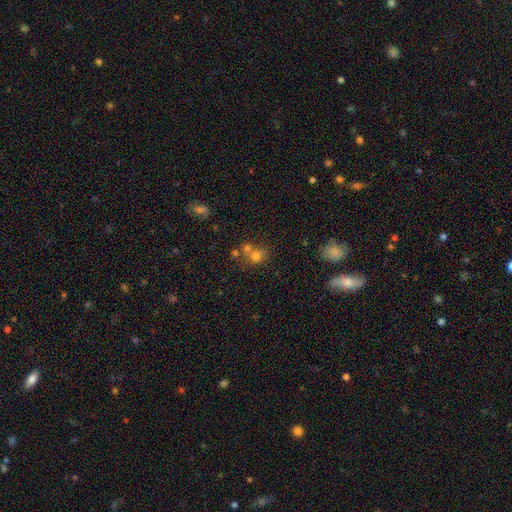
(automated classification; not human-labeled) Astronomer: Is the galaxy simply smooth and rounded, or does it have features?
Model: smooth — 69%.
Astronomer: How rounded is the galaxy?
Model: round — 75%.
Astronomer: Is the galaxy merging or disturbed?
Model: merger — 46% (runner-up: none, 41%).